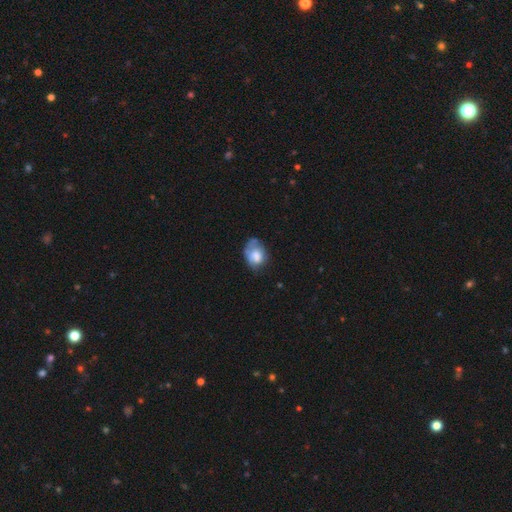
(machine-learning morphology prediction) smooth_or_featured: smooth (p=0.65) [alt: featured or disk p=0.26]
how_rounded: in between (p=0.67) [alt: round p=0.31]
merging: none (p=0.37) [alt: minor disturbance p=0.36]